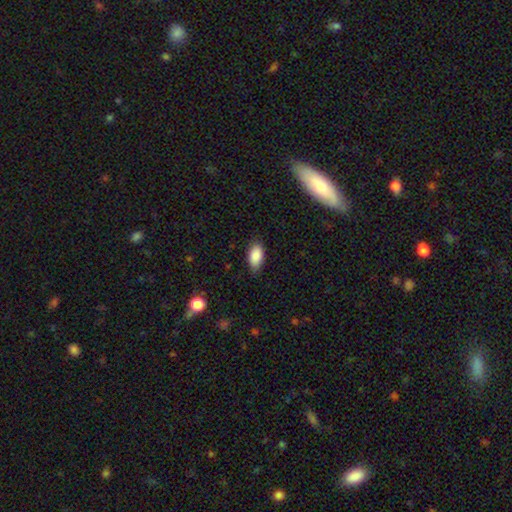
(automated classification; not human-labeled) Smooth or featured?
  - smooth: 87% *
  - star or artifact: 7%
  - featured or disk: 6%
How rounded?
  - in between: 93% *
  - round: 4%
  - cigar-shaped: 3%
Merging?
  - none: 80% *
  - minor disturbance: 17%
  - major disturbance: 3%
  - merger: 1%